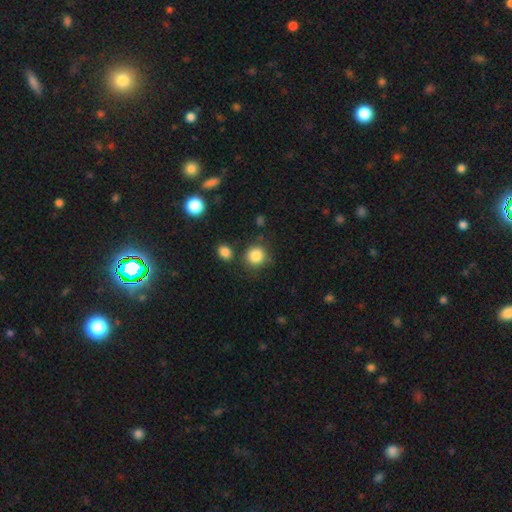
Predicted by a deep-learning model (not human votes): Smooth or featured?
  - smooth: 85% *
  - star or artifact: 10%
  - featured or disk: 5%
How rounded?
  - round: 89% *
  - in between: 10%
  - cigar-shaped: 1%
Merging?
  - none: 78% *
  - minor disturbance: 11%
  - merger: 7%
  - major disturbance: 4%